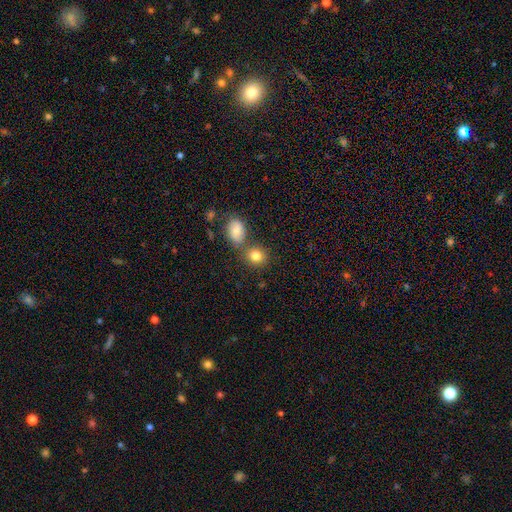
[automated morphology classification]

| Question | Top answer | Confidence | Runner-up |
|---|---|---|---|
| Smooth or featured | smooth | 82% | star or artifact (10%) |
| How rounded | round | 72% | in between (27%) |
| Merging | none | 64% | merger (24%) |